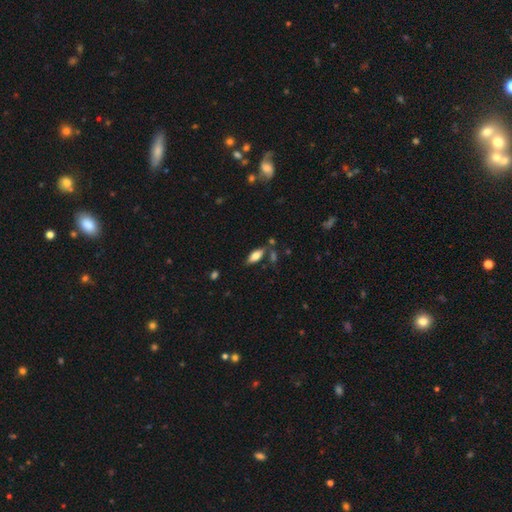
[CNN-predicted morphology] Smooth or featured: smooth — 71% (featured or disk — 21%)
How rounded: in between — 77% (cigar-shaped — 21%)
Merging: none — 73% (minor disturbance — 14%)